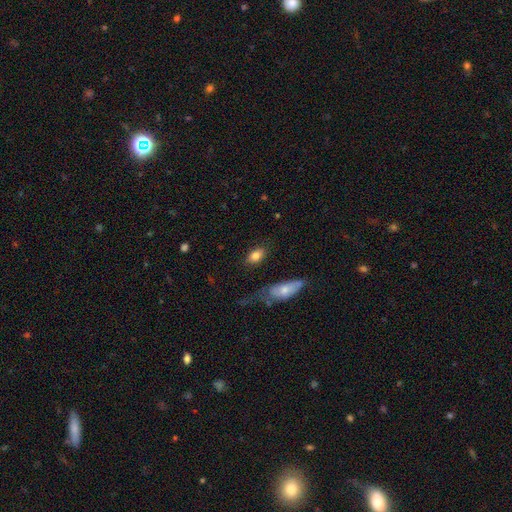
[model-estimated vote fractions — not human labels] This is clearly a smooth galaxy (82%). How rounded: clearly in between (87%). Merging: likely none (79%).